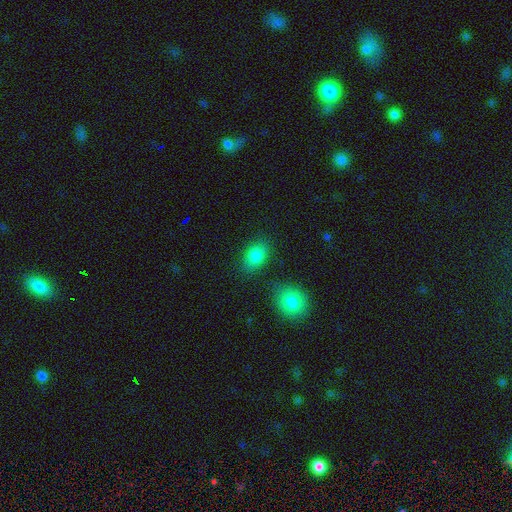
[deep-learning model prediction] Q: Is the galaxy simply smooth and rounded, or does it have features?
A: smooth — 84%.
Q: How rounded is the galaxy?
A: in between — 79%.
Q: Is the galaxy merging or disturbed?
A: none — 78%.